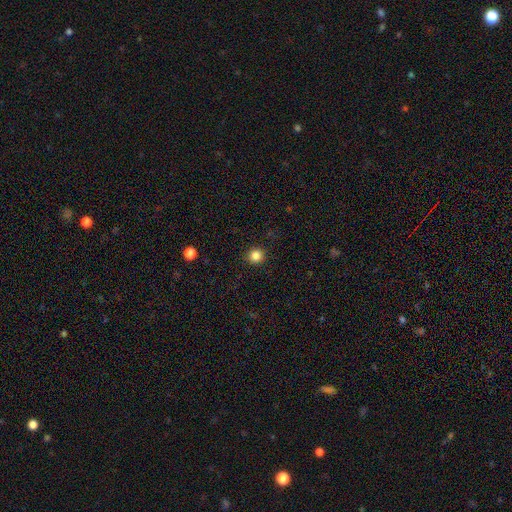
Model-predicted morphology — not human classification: Smooth or featured?
  - smooth: 85% *
  - star or artifact: 11%
  - featured or disk: 4%
How rounded?
  - round: 91% *
  - in between: 8%
  - cigar-shaped: 1%
Merging?
  - none: 92% *
  - minor disturbance: 5%
  - major disturbance: 2%
  - merger: 1%